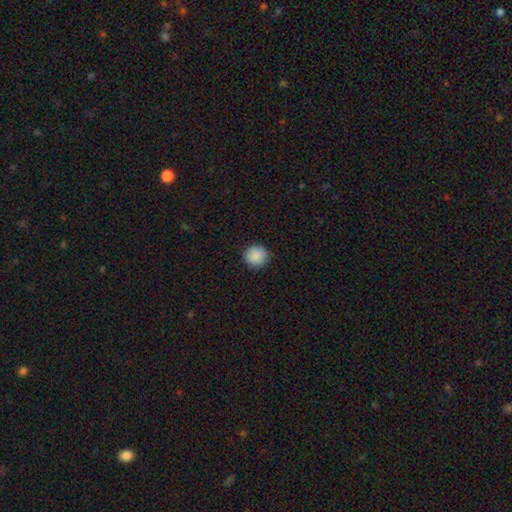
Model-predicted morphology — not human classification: Smooth or featured? smooth (89%)
How rounded? round (95%)
Merging? none (90%)